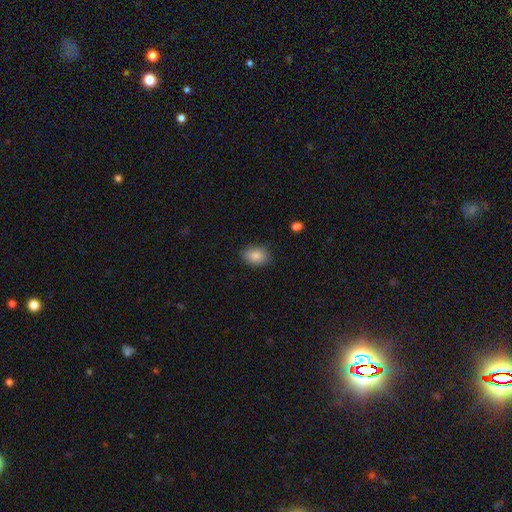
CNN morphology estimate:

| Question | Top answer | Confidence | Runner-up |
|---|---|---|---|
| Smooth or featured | smooth | 86% | star or artifact (8%) |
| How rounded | in between | 80% | round (19%) |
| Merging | none | 85% | minor disturbance (12%) |